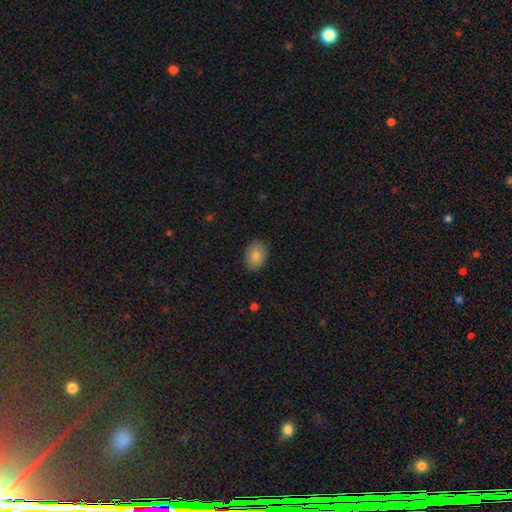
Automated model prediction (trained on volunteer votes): smooth 83%, featured or disk 10%, star or artifact 8%. Down the decision tree: how rounded — in between (73%); merging — none (88%).